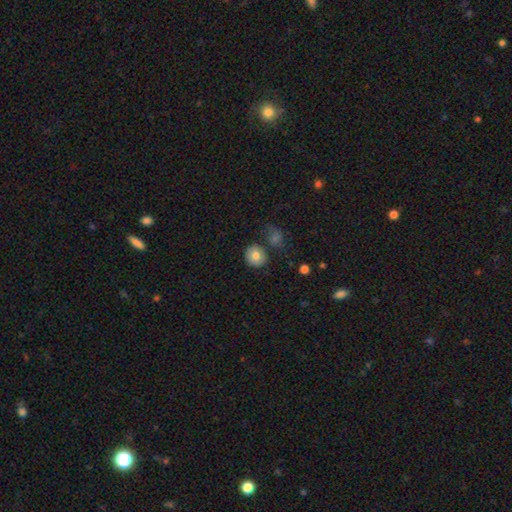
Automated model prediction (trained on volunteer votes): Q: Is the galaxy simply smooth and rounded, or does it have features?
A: smooth — 80%.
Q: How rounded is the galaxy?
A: round — 85%.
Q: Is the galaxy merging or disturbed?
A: none — 77%.